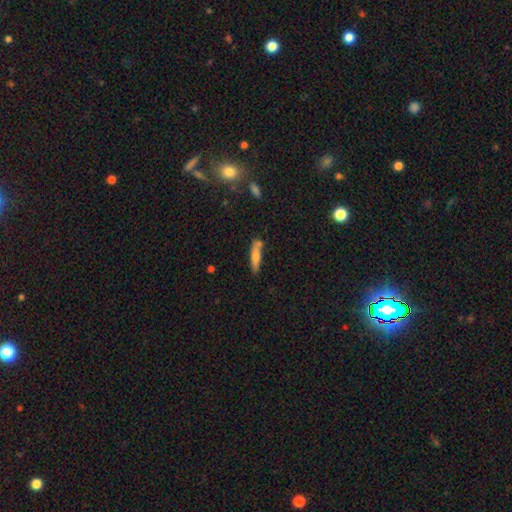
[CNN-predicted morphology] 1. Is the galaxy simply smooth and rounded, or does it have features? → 66% smooth, 27% featured or disk, 7% star or artifact.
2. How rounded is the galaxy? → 82% cigar-shaped, 16% in between, 2% round.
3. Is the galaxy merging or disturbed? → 67% none, 18% minor disturbance, 11% merger, 4% major disturbance.